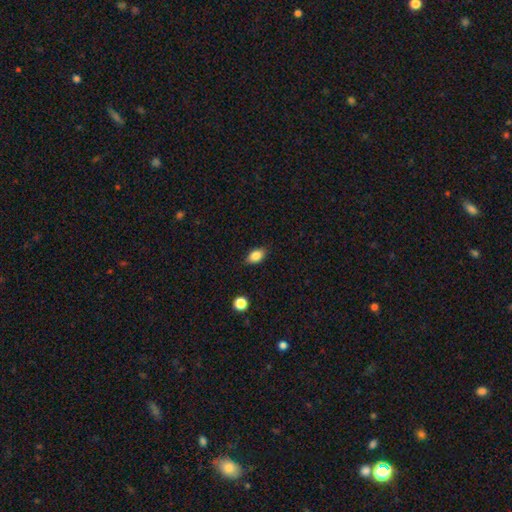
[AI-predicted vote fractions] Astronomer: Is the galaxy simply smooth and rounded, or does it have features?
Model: smooth — 84%.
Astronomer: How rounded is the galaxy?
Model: in between — 86%.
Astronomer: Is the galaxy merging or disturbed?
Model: none — 85%.